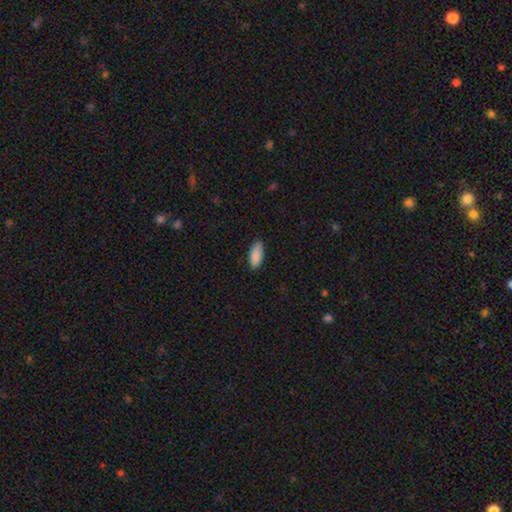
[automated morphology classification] Smooth or featured? Predicted: smooth (p=0.90). How rounded? Predicted: in between (p=0.83). Merging? Predicted: none (p=0.84).